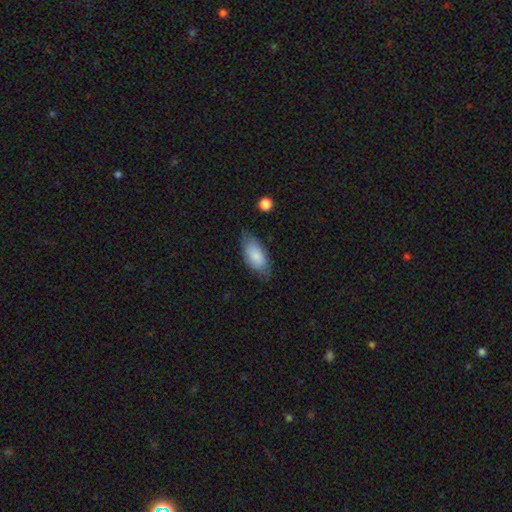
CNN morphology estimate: Smooth or featured? smooth (81%)
How rounded? in between (91%)
Merging? none (67%)